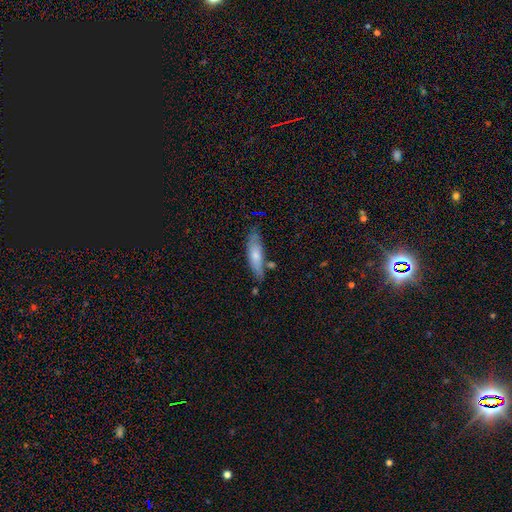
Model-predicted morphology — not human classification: Smooth or featured?
  - smooth: 66% *
  - featured or disk: 28%
  - star or artifact: 6%
How rounded?
  - cigar-shaped: 59% *
  - in between: 39%
  - round: 2%
Merging?
  - none: 67% *
  - minor disturbance: 22%
  - merger: 7%
  - major disturbance: 5%